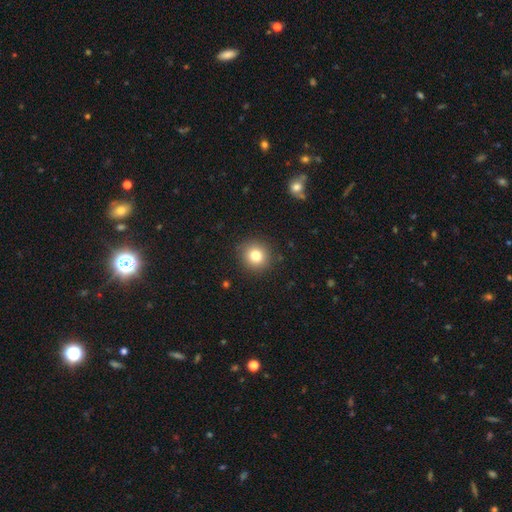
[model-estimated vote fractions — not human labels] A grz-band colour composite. It shows a smooth galaxy with no disk features (80%) that is round (91%). Merging: none (89%).